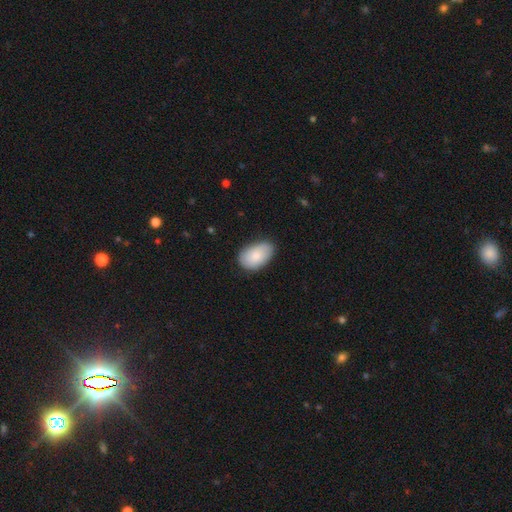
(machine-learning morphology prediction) smooth-or-featured: smooth: 79% | featured or disk: 15% | star or artifact: 6%
  how-rounded: in between: 90% | round: 8% | cigar-shaped: 1%
  merging: none: 74% | minor disturbance: 21% | major disturbance: 3% | merger: 1%